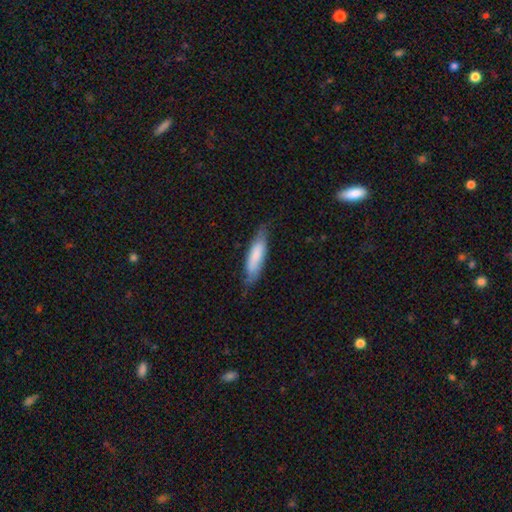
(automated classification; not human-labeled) This appears to be a smooth galaxy with no disk features (72%) that is cigar-shaped (64%). Merging: none (72%).